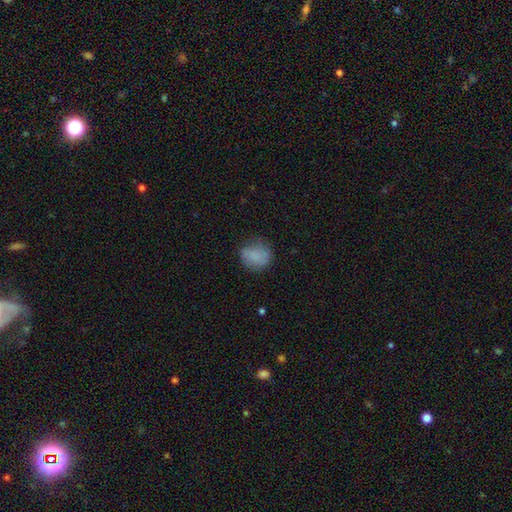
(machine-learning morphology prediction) smooth_or_featured: smooth (p=0.80) [alt: featured or disk p=0.11]
how_rounded: round (p=0.68) [alt: in between p=0.31]
merging: none (p=0.68) [alt: minor disturbance p=0.23]